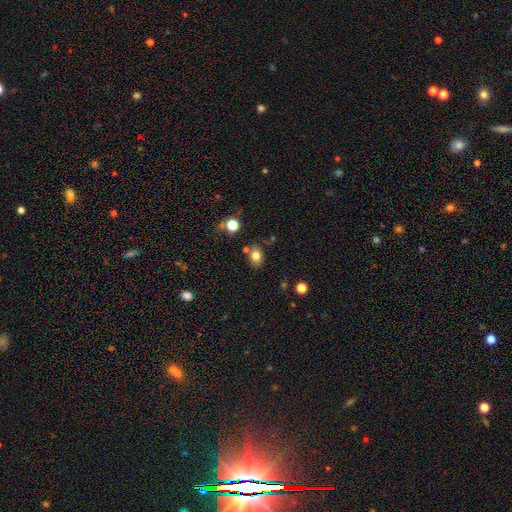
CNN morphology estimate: Smooth or featured?
  - smooth: 79% *
  - star or artifact: 12%
  - featured or disk: 9%
How rounded?
  - in between: 60% *
  - round: 39%
  - cigar-shaped: 1%
Merging?
  - none: 75% *
  - minor disturbance: 14%
  - merger: 8%
  - major disturbance: 4%